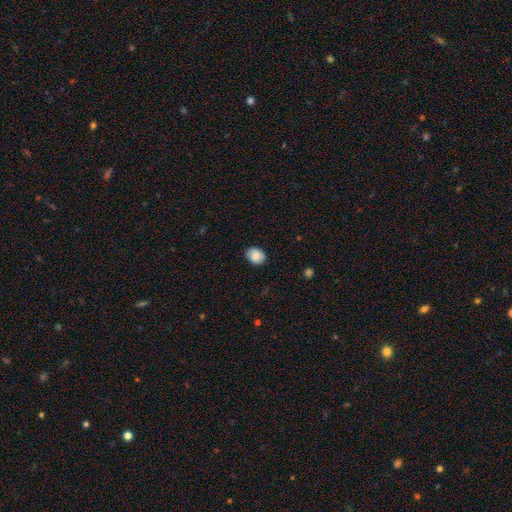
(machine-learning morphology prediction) Overall: smooth (87%). How rounded: round (52%; in between 47%). Merging: none (85%).